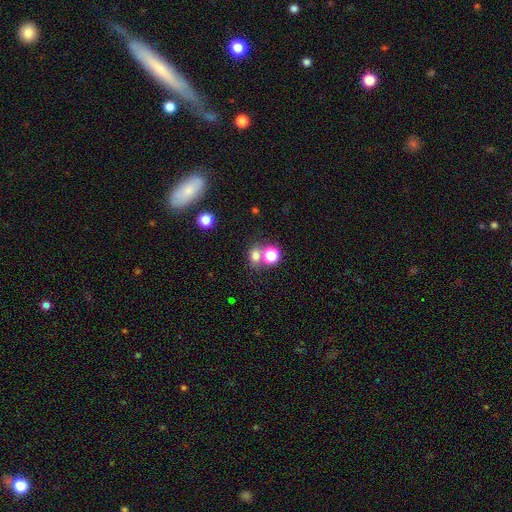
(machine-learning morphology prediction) Smooth or featured? smooth (70%)
How rounded? round (66%)
Merging? none (57%)